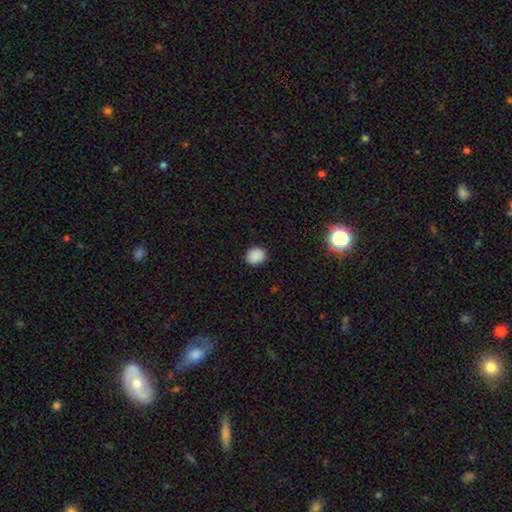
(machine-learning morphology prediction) Smooth or featured: smooth — 88% (star or artifact — 10%)
How rounded: round — 71% (in between — 28%)
Merging: none — 90% (minor disturbance — 7%)